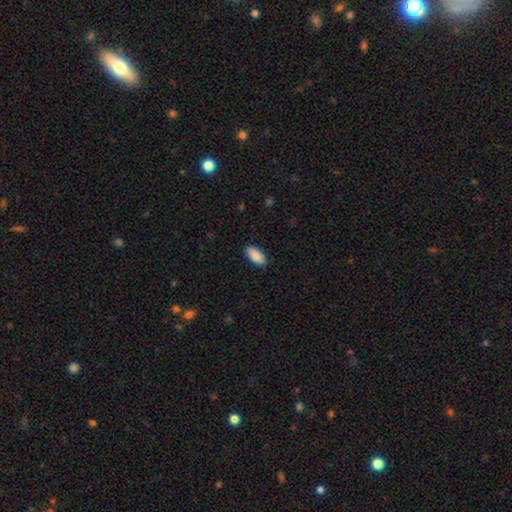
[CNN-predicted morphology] Q: Smooth or featured?
A: smooth (91%); runner-up: star or artifact (6%)
Q: How rounded?
A: in between (93%); runner-up: cigar-shaped (5%)
Q: Merging?
A: none (89%); runner-up: minor disturbance (9%)